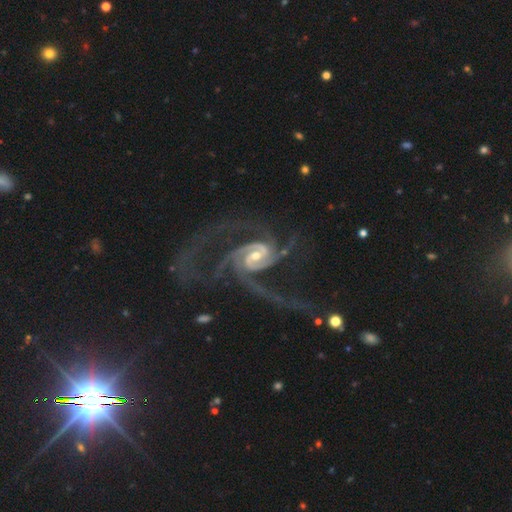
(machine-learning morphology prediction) This appears to be a featured or disk galaxy (94%) with a weak bar (43%), 2 (34%) medium (47%) spiral arms (99%) and a moderate central bulge (64%). Merging: none (45%).